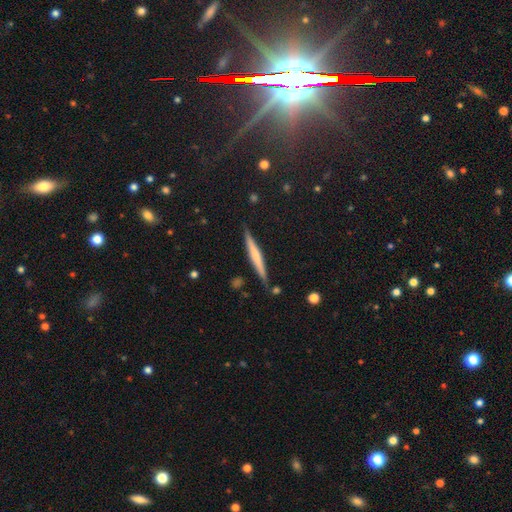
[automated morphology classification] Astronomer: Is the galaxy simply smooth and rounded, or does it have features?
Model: featured or disk — 47% (runner-up: smooth, 46%).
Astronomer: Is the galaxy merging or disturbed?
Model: none — 86%.